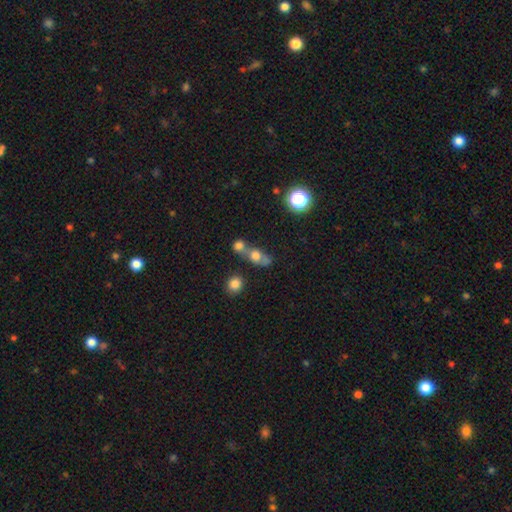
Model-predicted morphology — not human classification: This appears to be a smooth galaxy with no disk features (65%) that is round (50%). Merging: merger (50%).